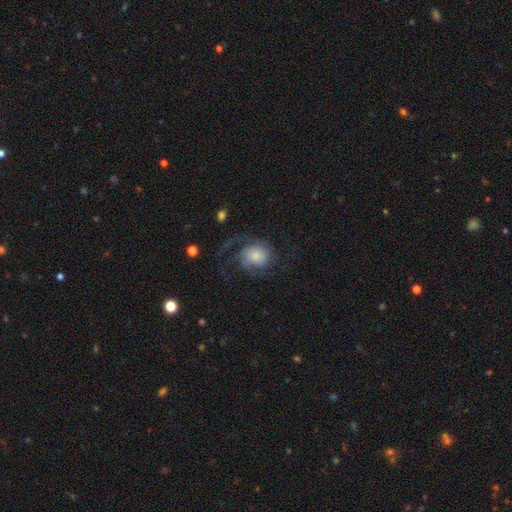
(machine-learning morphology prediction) Q: Smooth or featured?
A: featured or disk (65%); runner-up: smooth (28%)
Q: Edge-on disk?
A: no (98%); runner-up: yes (2%)
Q: Bar?
A: no (75%); runner-up: weak (22%)
Q: Spiral arms?
A: yes (91%); runner-up: no (9%)
Q: Spiral winding?
A: medium (43%); runner-up: loose (37%)
Q: Spiral arm count?
A: 2 (45%); runner-up: 3 (18%)
Q: Bulge size?
A: moderate (29%); tied with: large (29%)
Q: Merging?
A: none (51%); runner-up: major disturbance (30%)